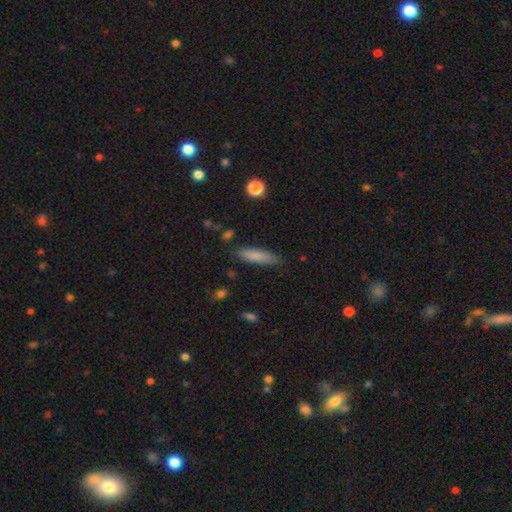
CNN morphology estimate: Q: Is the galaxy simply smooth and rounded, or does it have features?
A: smooth — 83%.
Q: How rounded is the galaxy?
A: cigar-shaped — 70%.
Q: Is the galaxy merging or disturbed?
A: none — 81%.